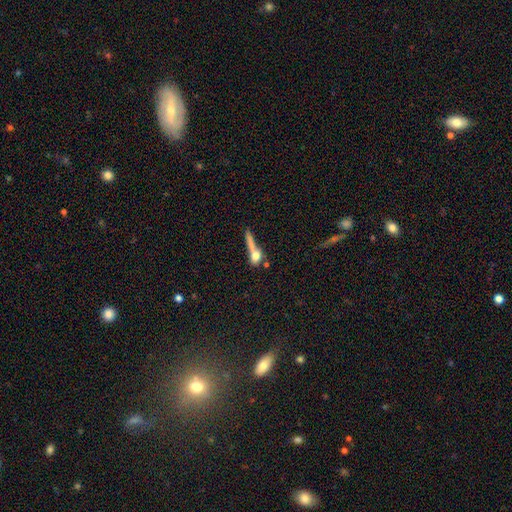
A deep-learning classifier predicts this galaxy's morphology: smooth_or_featured: smooth (p=0.63) [alt: featured or disk p=0.25]
how_rounded: cigar-shaped (p=0.40) [alt: in between p=0.34]
merging: merger (p=0.36) [alt: none p=0.28]